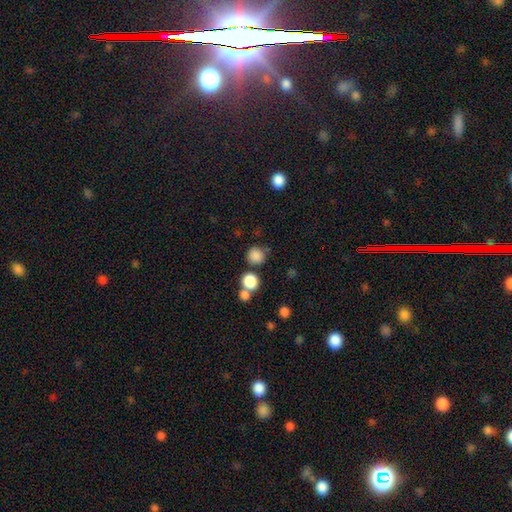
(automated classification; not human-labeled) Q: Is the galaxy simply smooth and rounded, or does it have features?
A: smooth — 84%.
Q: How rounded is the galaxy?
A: round — 90%.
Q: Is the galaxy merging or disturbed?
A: none — 70%.